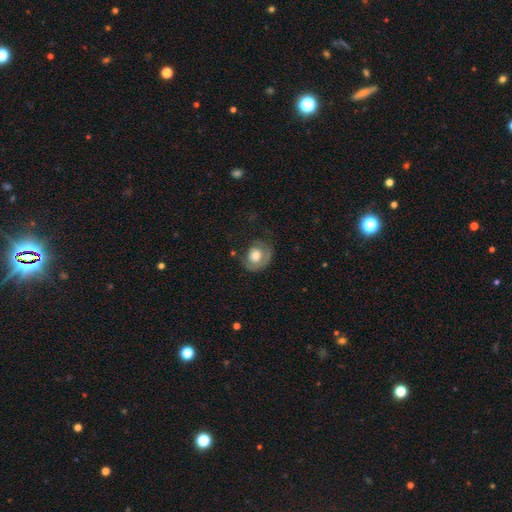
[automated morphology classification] smooth-or-featured: smooth: 57% | featured or disk: 36% | star or artifact: 7%
  how-rounded: round: 62% | in between: 37% | cigar-shaped: 1%
  merging: none: 52% | minor disturbance: 25% | major disturbance: 20% | merger: 2%